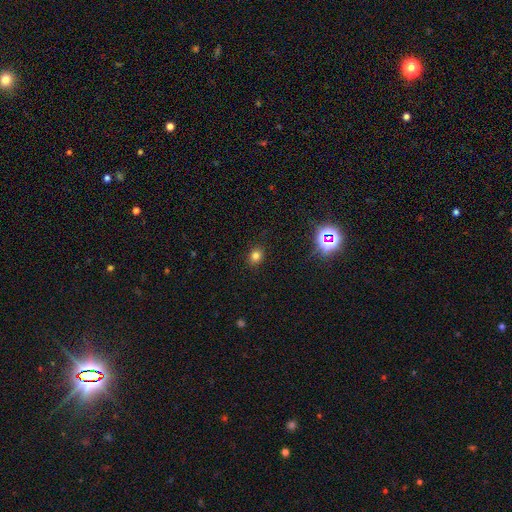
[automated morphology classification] type=smooth (76%); roundness=round (69%); merging=none (88%).